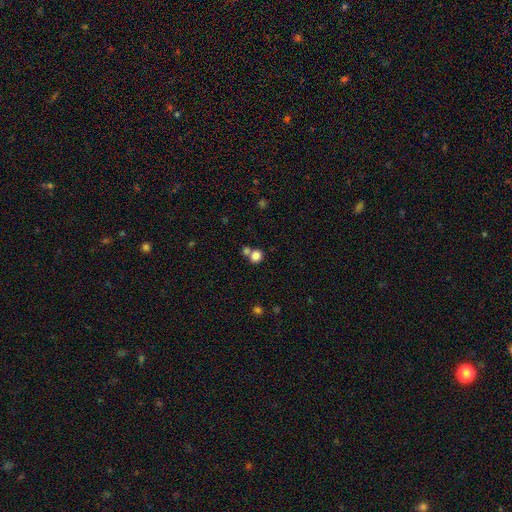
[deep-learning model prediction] This is clearly a smooth galaxy (83%). How rounded: likely round (77%). Merging: possibly none (53%).